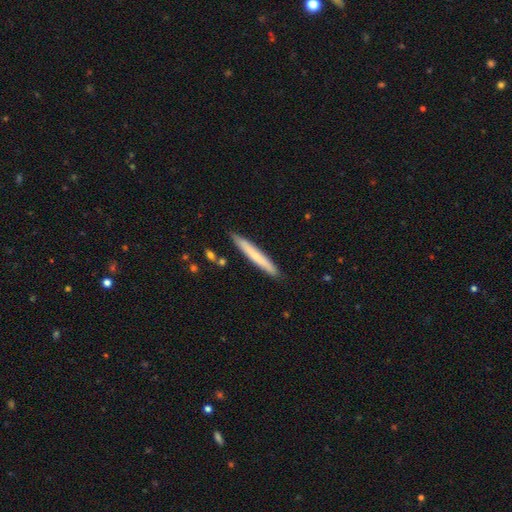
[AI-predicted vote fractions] The model was most divided on "smooth or featured": smooth: 65%, featured or disk: 30%, star or artifact: 6%. More confident: how rounded — cigar-shaped (96%); merging — none (89%).